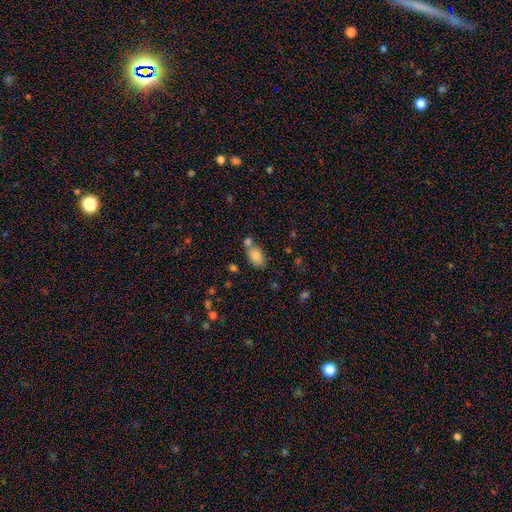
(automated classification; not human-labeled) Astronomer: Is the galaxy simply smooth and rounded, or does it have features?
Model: smooth — 83%.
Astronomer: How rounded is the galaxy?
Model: in between — 91%.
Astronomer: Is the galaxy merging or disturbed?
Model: none — 54% (runner-up: merger, 30%).